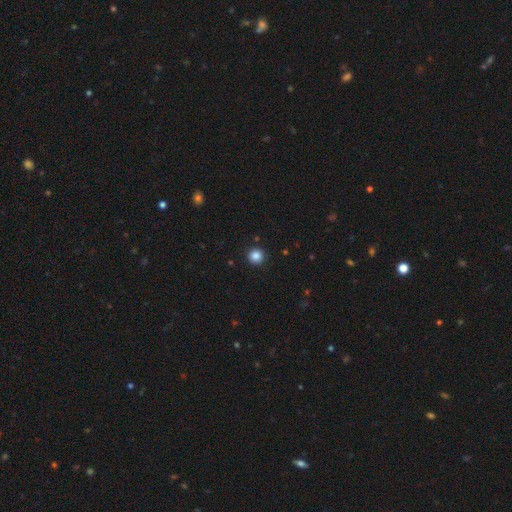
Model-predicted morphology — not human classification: This is clearly a smooth galaxy (86%). How rounded: clearly round (95%). Merging: clearly none (93%).